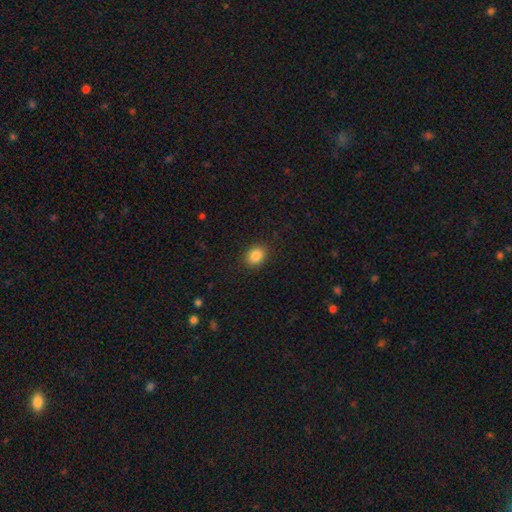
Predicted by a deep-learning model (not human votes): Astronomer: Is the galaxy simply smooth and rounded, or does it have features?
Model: smooth — 86%.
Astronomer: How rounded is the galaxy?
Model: in between — 60% (runner-up: round, 39%).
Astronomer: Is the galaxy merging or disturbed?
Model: none — 88%.